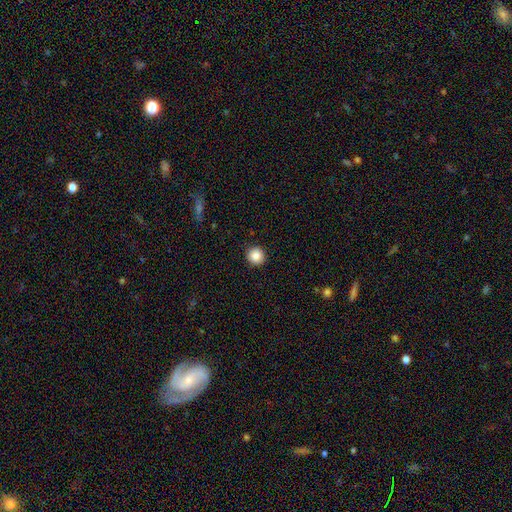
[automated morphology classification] This is clearly a smooth galaxy (86%). How rounded: clearly round (94%). Merging: clearly none (93%).